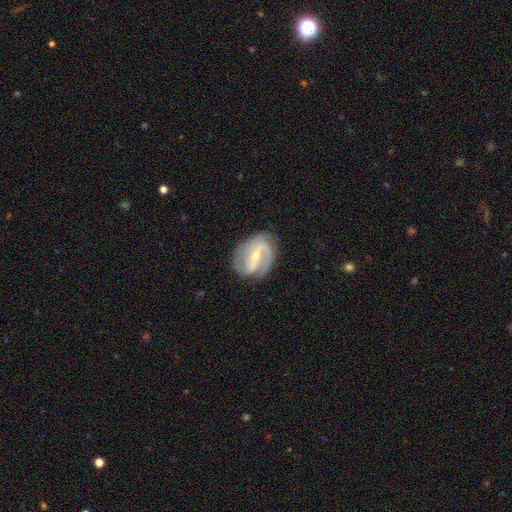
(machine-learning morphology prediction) Smooth or featured? featured or disk (87%)
Edge-on disk? no (97%)
Bar? strong (51%)
Spiral arms? yes (95%)
Spiral winding? medium (47%)
Spiral arm count? 2 (70%)
Bulge size? small (56%)
Merging? none (71%)